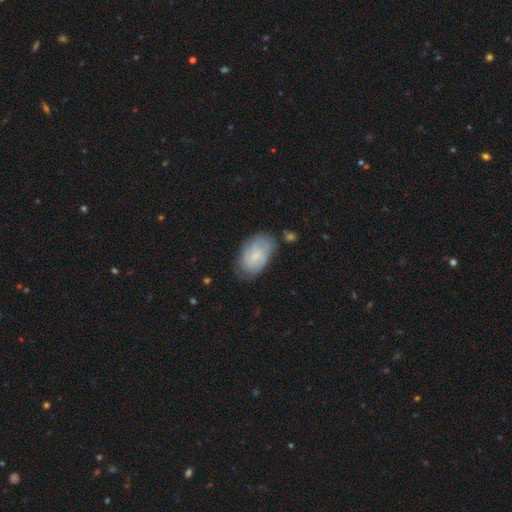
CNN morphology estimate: A smooth galaxy with no disk features (53%) that is in between round and cigar-shaped (91%). Merging: none (67%).